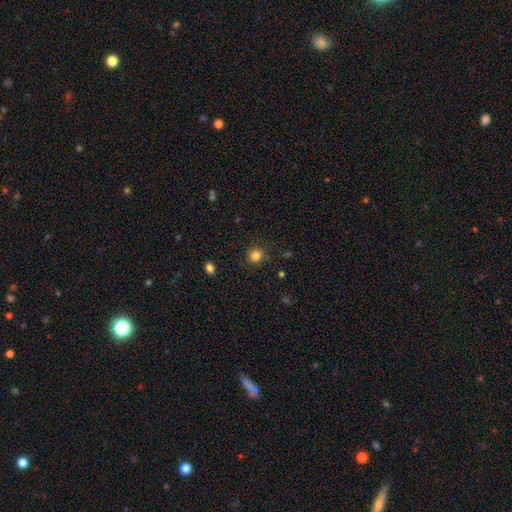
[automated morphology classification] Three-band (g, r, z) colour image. It shows a smooth galaxy with no disk features (83%) that is round (90%). Merging: none (86%).